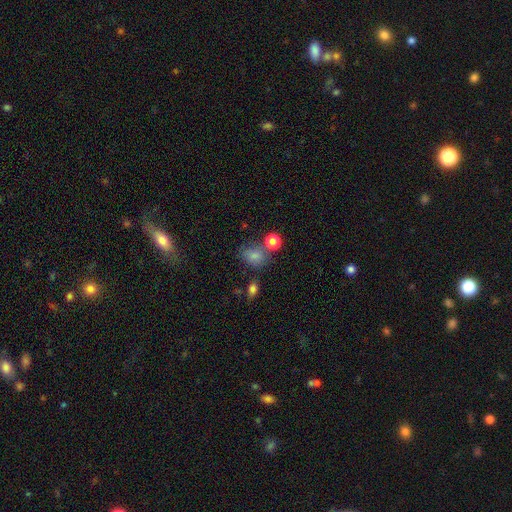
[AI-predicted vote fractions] This appears to be a smooth galaxy with no disk features (79%) that is round (52%). Merging: none (58%).